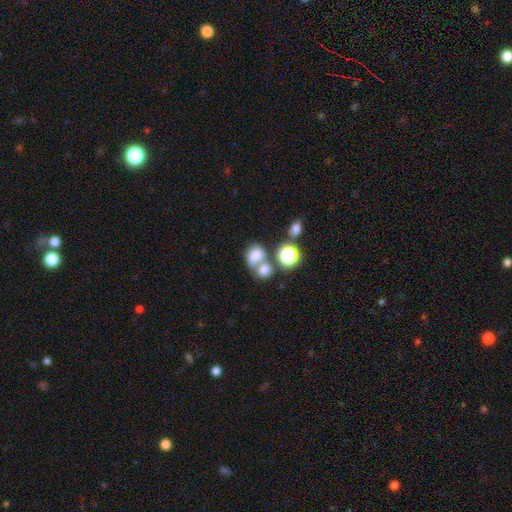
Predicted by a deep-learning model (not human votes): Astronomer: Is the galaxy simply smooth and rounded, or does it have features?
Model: smooth — 72%.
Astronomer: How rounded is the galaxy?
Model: round — 50% (runner-up: in between, 48%).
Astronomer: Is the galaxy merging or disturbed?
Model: merger — 49% (runner-up: none, 34%).